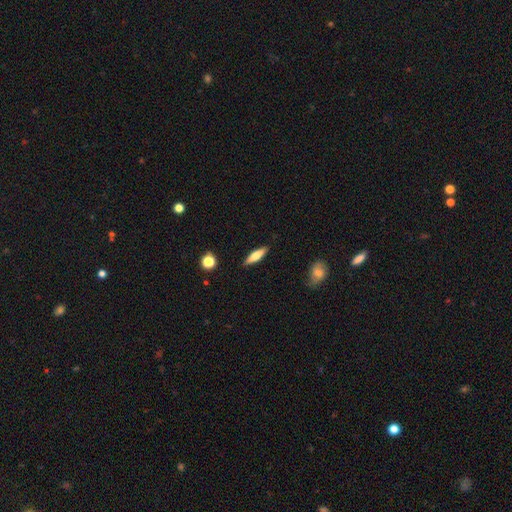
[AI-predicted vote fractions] This appears to be a smooth galaxy with no disk features (60%) that is cigar-shaped (70%). Merging: none (88%).